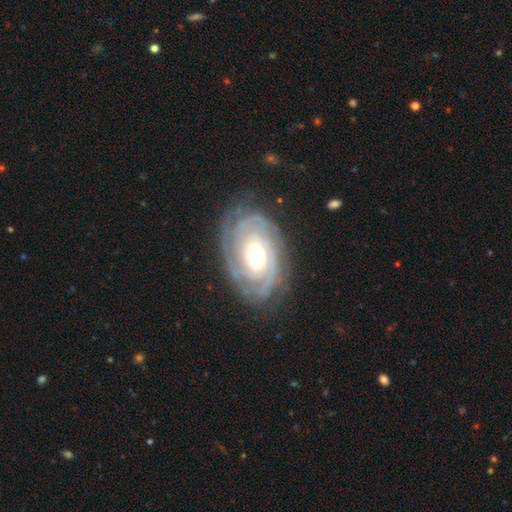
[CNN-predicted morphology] This is clearly a featured or disk galaxy (88%). It is clearly not viewed edge-on (96%). Bar: likely no (61%). Spiral arm pattern: clearly yes (96%). Spiral arm count: marginally 3 (27%). Spiral winding: likely tight (77%). Central bulge: likely moderate (63%). Merging: likely none (76%).